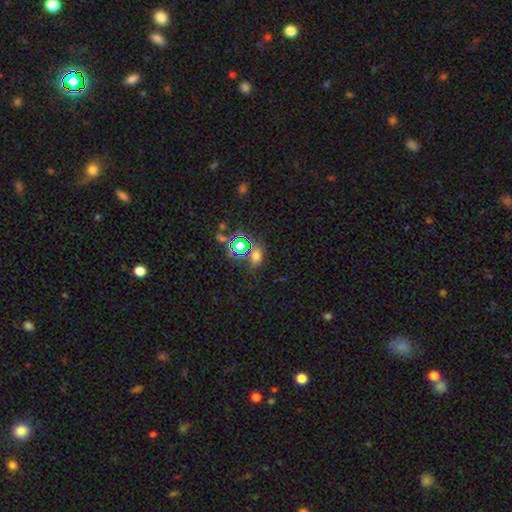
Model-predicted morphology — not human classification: A smooth galaxy with no disk features (50%) that is in between round and cigar-shaped (63%). Merging: none (74%).